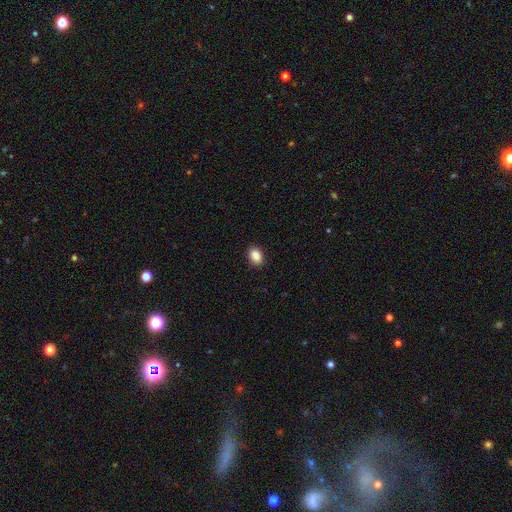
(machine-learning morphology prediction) Overall: smooth (89%). How rounded: in between (79%). Merging: none (90%).